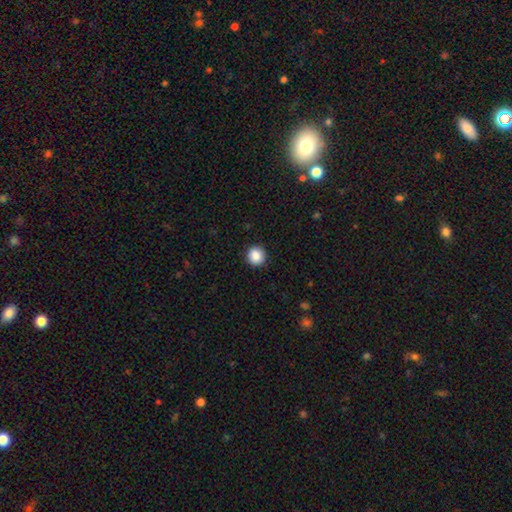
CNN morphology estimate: The model was most divided on "smooth or featured": smooth: 88%, star or artifact: 9%, featured or disk: 3%. More confident: how rounded — round (93%); merging — none (92%).